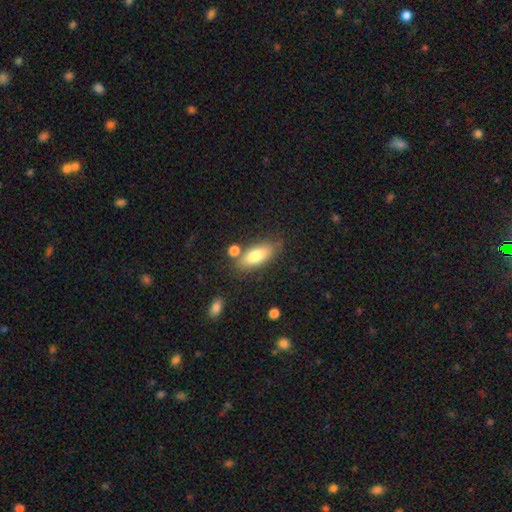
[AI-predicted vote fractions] This is likely a smooth galaxy (76%). How rounded: likely in between (77%). Merging: likely none (73%).